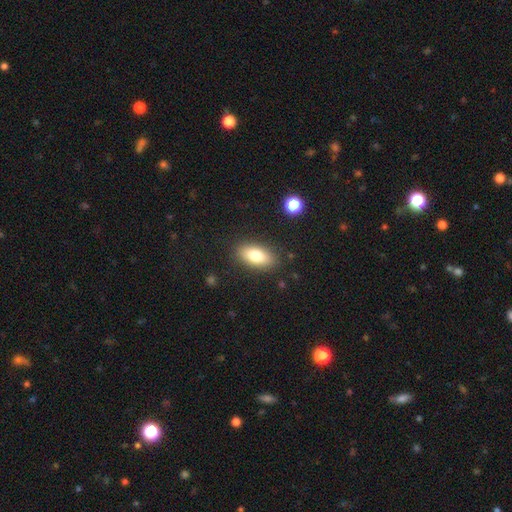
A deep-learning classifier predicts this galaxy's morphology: Smooth or featured?
  - smooth: 77% *
  - featured or disk: 15%
  - star or artifact: 8%
How rounded?
  - in between: 87% *
  - cigar-shaped: 7%
  - round: 5%
Merging?
  - none: 86% *
  - minor disturbance: 9%
  - major disturbance: 3%
  - merger: 1%